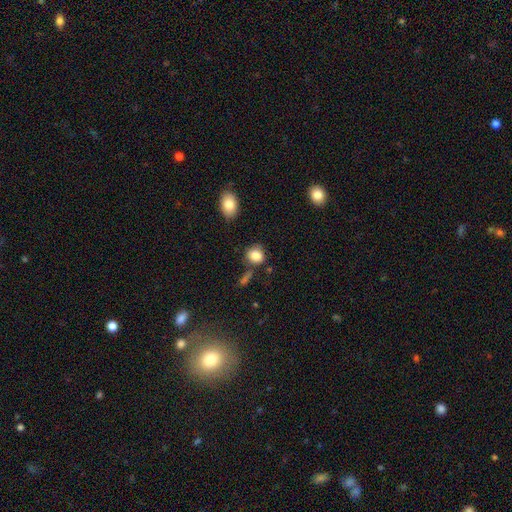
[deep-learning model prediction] A smooth galaxy with no disk features (84%) that is round (73%). Merging: none (71%).